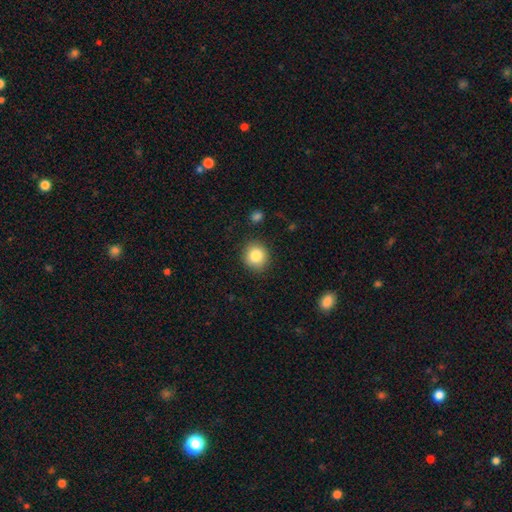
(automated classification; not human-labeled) smooth-or-featured: smooth: 84% | star or artifact: 9% | featured or disk: 7%
  how-rounded: round: 88% | in between: 11% | cigar-shaped: 1%
  merging: none: 88% | minor disturbance: 8% | major disturbance: 2% | merger: 2%